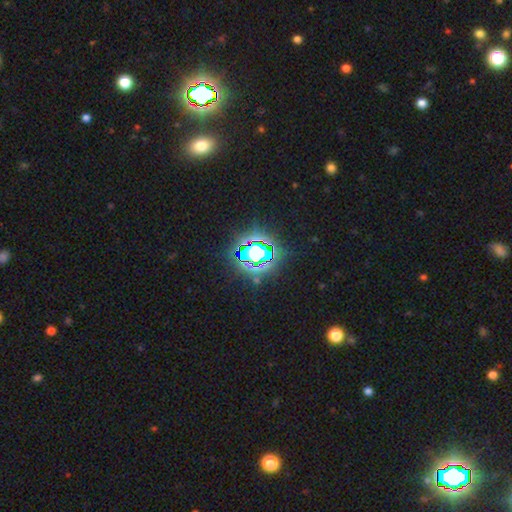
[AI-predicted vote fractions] A star or artifact, not a galaxy (68%).

Vote fractions:
- Smooth or featured? star or artifact: 68% / smooth: 18% / featured or disk: 13%